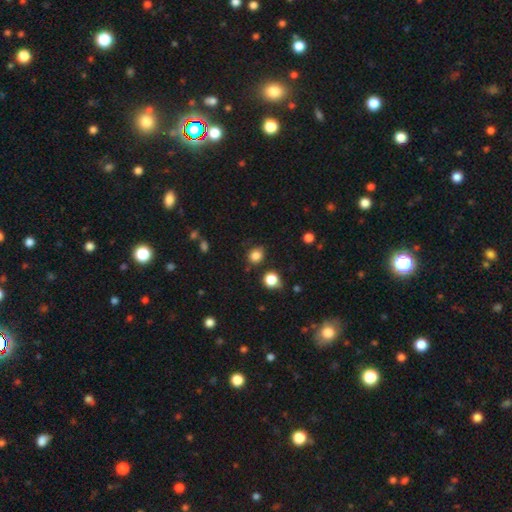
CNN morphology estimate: smooth-or-featured: smooth: 83% | star or artifact: 13% | featured or disk: 4%
  how-rounded: round: 74% | in between: 25% | cigar-shaped: 1%
  merging: none: 81% | minor disturbance: 12% | merger: 4% | major disturbance: 3%